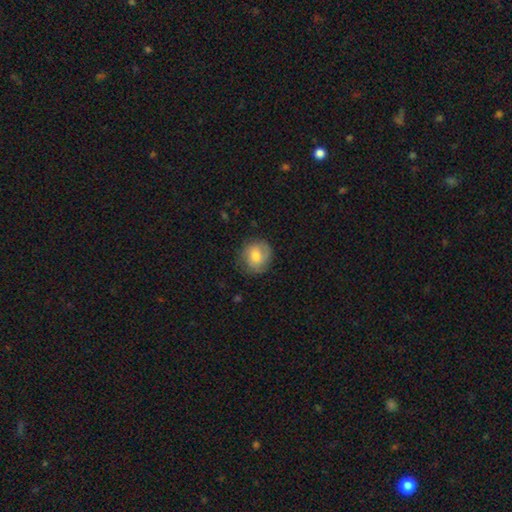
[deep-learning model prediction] Morphology: type=smooth (68%); roundness=round (80%); merging=none (74%).